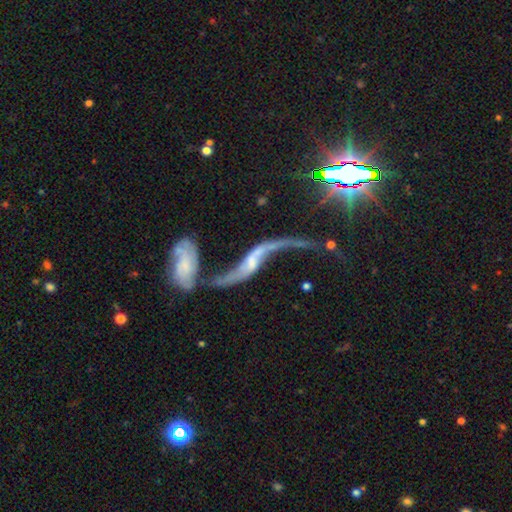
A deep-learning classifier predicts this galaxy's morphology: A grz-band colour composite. It shows a featured or disk galaxy (80%) with no bar (45%), 2 (89%) loose (93%) spiral arms (90%) and a small central bulge (51%). Merging: merger (40%).